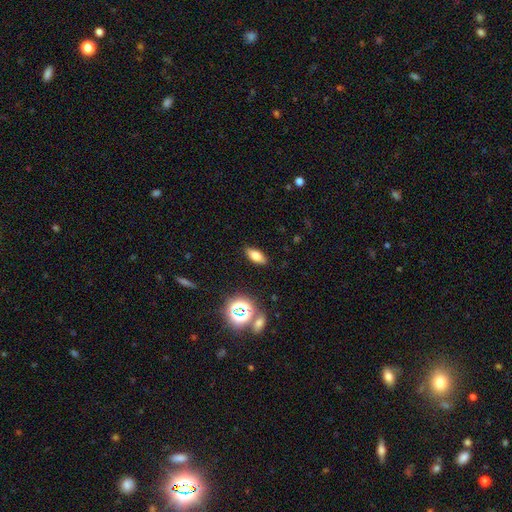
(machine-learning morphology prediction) Smooth or featured? Predicted: smooth (p=0.71). How rounded? Predicted: in between (p=0.76). Merging? Predicted: none (p=0.87).